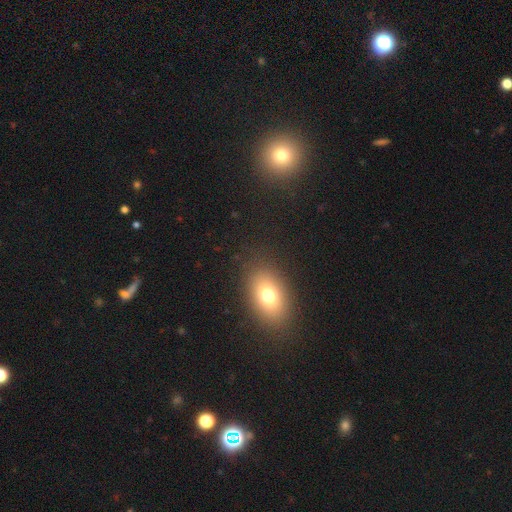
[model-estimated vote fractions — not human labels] Smooth or featured: smooth — 66% (star or artifact — 22%)
How rounded: in between — 79% (round — 18%)
Merging: none — 89% (minor disturbance — 7%)